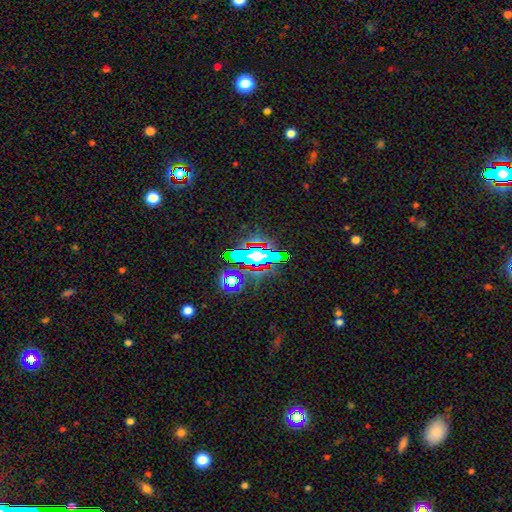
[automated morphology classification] This is possibly a star or artifact rather than a galaxy (49%).